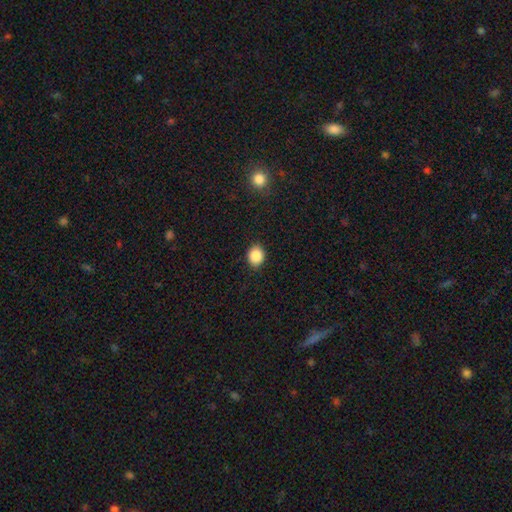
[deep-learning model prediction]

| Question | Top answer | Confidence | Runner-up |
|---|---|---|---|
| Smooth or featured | smooth | 87% | star or artifact (9%) |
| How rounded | round | 58% | in between (41%) |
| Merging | none | 88% | minor disturbance (8%) |